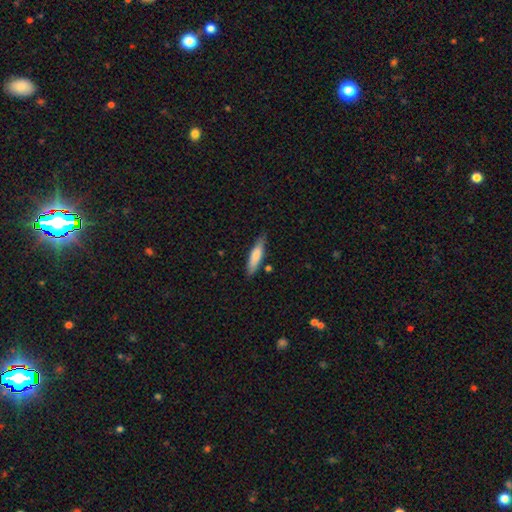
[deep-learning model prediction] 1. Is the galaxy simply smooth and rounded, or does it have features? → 78% smooth, 16% featured or disk, 5% star or artifact.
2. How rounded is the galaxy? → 74% cigar-shaped, 25% in between, 1% round.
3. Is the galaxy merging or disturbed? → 78% none, 16% minor disturbance, 3% merger, 3% major disturbance.